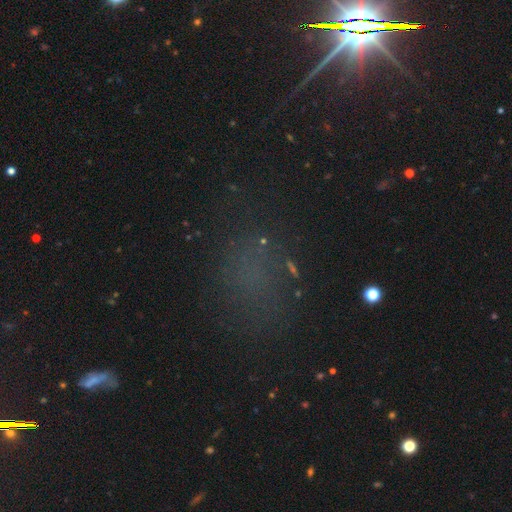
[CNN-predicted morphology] This is possibly a star or artifact rather than a galaxy (57%).